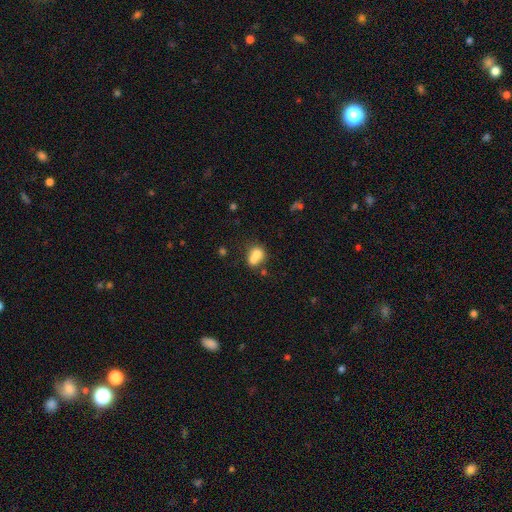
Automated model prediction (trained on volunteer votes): Smooth or featured? smooth (69%)
How rounded? round (62%)
Merging? merger (63%)